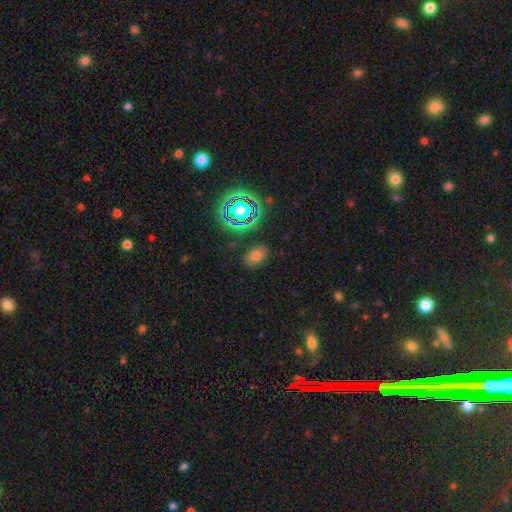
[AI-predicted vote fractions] This is likely a smooth galaxy (66%). How rounded: likely in between (79%). Merging: clearly none (82%).